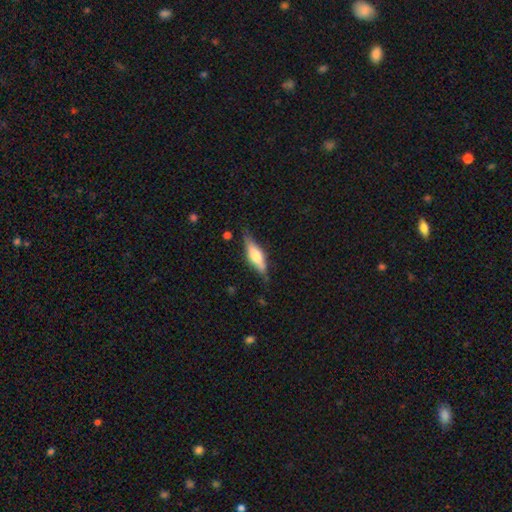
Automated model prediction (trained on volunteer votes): smooth-or-featured: smooth: 49% | featured or disk: 45% | star or artifact: 6%
  merging: none: 74% | minor disturbance: 19% | major disturbance: 5% | merger: 2%